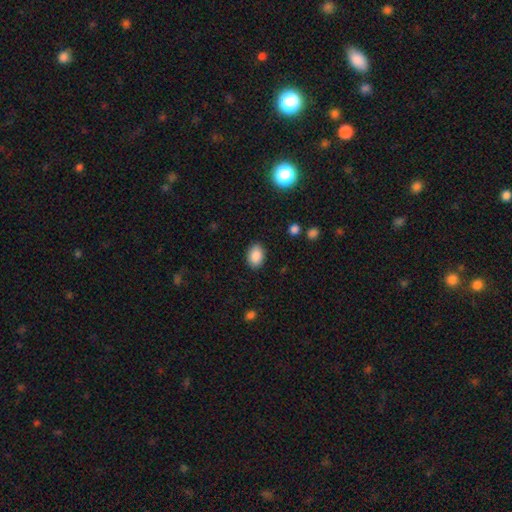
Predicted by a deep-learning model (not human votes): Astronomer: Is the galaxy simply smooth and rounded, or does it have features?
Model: smooth — 87%.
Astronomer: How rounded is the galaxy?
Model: in between — 80%.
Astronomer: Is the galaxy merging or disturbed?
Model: none — 86%.